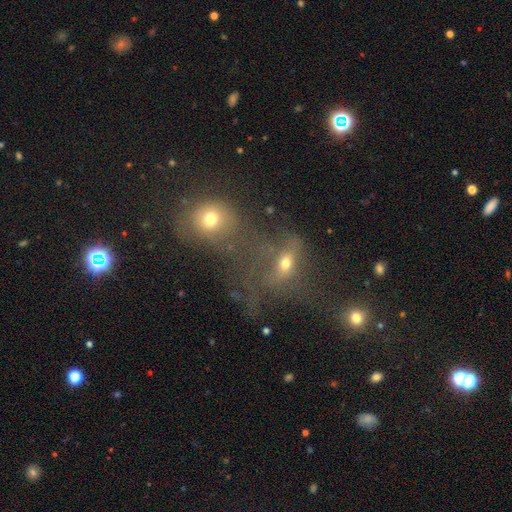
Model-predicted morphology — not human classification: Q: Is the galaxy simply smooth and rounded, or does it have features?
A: smooth — 41%.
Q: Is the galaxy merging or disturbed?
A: merger — 43%.